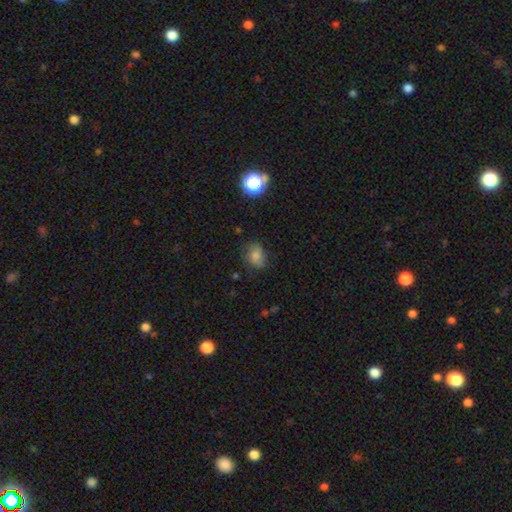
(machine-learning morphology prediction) smooth-or-featured: smooth: 69% | star or artifact: 16% | featured or disk: 15%
  how-rounded: in between: 50% | round: 49% | cigar-shaped: 1%
  merging: none: 72% | minor disturbance: 21% | major disturbance: 5% | merger: 2%